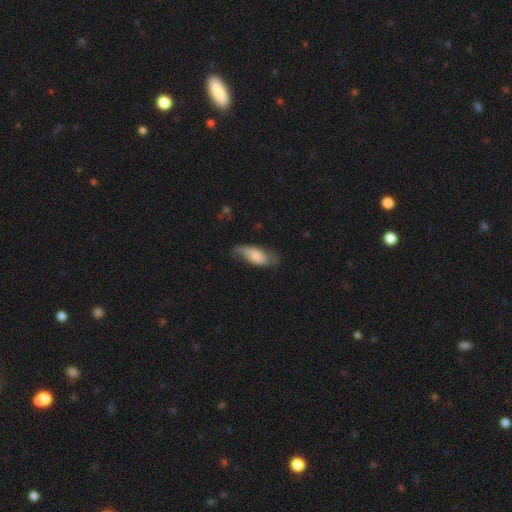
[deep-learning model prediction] Smooth or featured: smooth — 65% (featured or disk — 28%)
How rounded: in between — 86% (cigar-shaped — 12%)
Merging: none — 53% (minor disturbance — 34%)